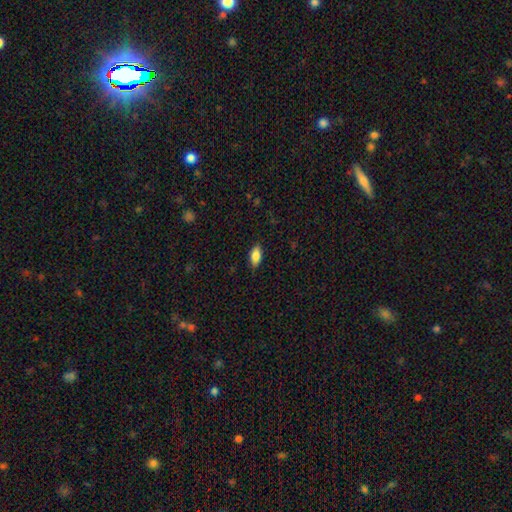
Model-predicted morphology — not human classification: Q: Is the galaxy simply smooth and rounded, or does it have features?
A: smooth — 82%.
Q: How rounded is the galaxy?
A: in between — 88%.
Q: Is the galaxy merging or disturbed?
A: none — 84%.